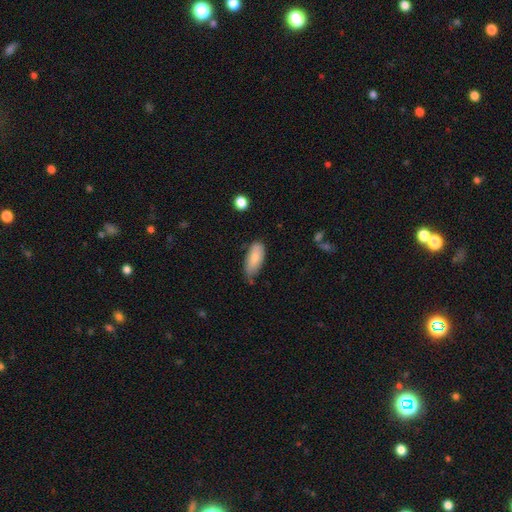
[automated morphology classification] Smooth or featured: smooth — 81% (featured or disk — 13%)
How rounded: in between — 85% (cigar-shaped — 13%)
Merging: none — 50% (minor disturbance — 39%)